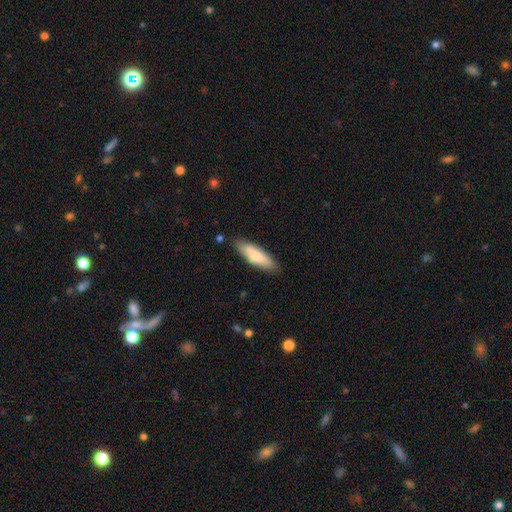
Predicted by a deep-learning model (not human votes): The model was most divided on "how rounded": cigar-shaped: 51%, in between: 47%, round: 2%. More confident: merging — none (82%); smooth or featured — smooth (77%).